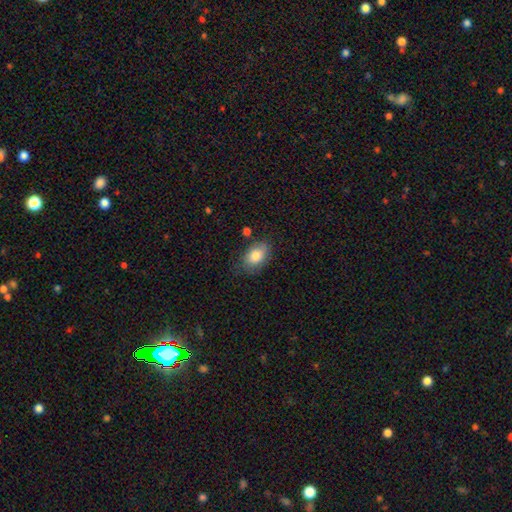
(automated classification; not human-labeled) A smooth galaxy with no disk features (83%) that is in between round and cigar-shaped (87%).

Vote fractions:
- Smooth or featured? smooth: 83% / featured or disk: 10% / star or artifact: 7%
- How rounded? in between: 87% / round: 12% / cigar-shaped: 1%
- Merging? none: 71% / minor disturbance: 20% / major disturbance: 5% / merger: 4%